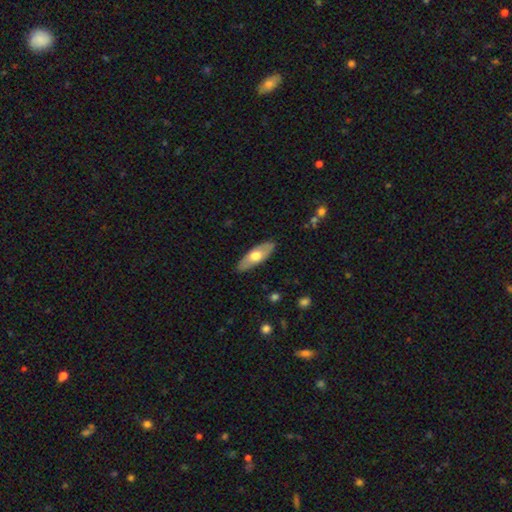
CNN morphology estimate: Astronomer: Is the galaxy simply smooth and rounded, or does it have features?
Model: smooth — 54% (runner-up: featured or disk, 41%).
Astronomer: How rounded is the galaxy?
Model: in between — 68%.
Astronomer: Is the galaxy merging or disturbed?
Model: none — 87%.